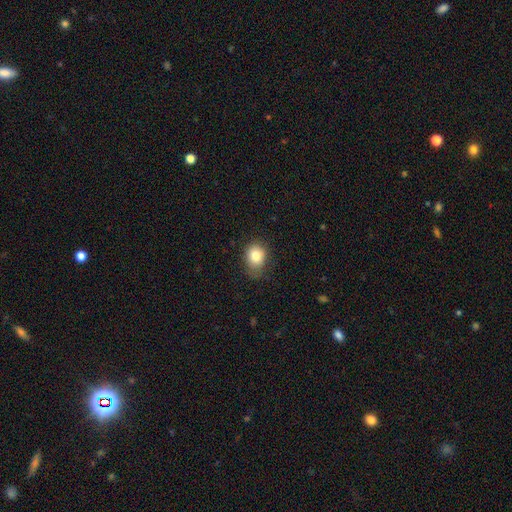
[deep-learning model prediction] Morphology: type=smooth (81%); roundness=round (50%); merging=none (66%).